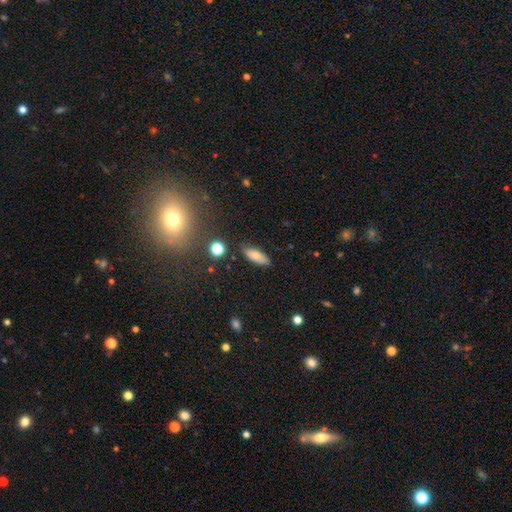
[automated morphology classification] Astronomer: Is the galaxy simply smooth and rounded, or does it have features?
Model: smooth — 74%.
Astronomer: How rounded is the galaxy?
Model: in between — 76%.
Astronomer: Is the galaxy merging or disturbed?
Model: none — 80%.